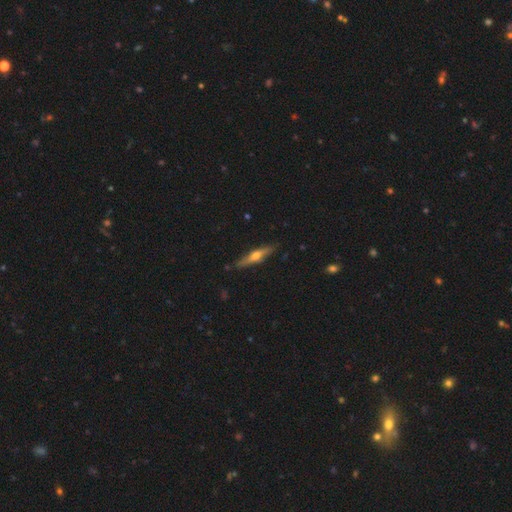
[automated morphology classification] A featured or disk galaxy (64%) viewed edge-on (95%) with a rounded central bulge (92%). Merging: none (87%).